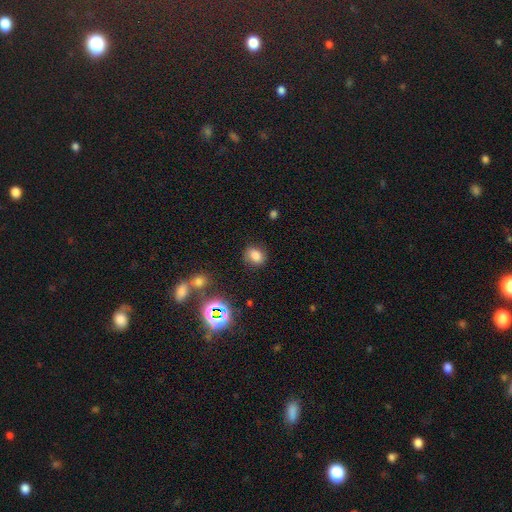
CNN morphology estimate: A smooth galaxy with no disk features (77%) that is in between round and cigar-shaped (57%). Merging: none (78%).